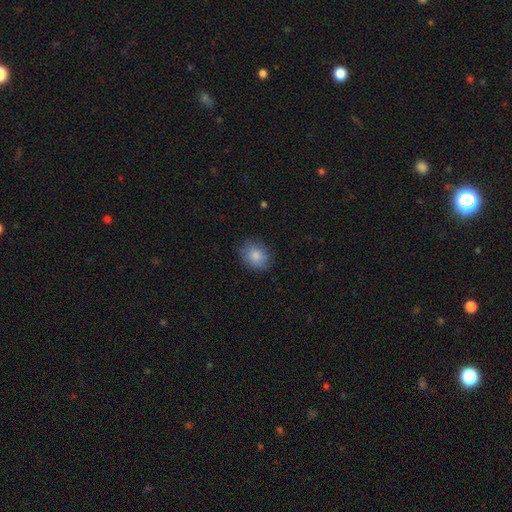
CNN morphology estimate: The model was most divided on "how rounded": in between: 54%, round: 45%, cigar-shaped: 1%. More confident: smooth or featured — smooth (83%); merging — none (80%).